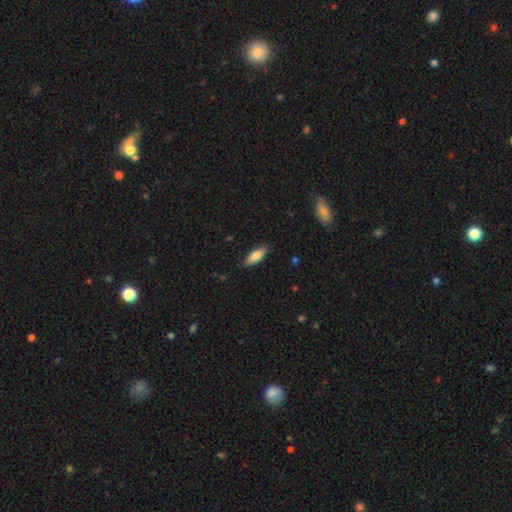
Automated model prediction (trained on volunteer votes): Overall: smooth (80%). How rounded: in between (63%; cigar-shaped 35%). Merging: none (84%).